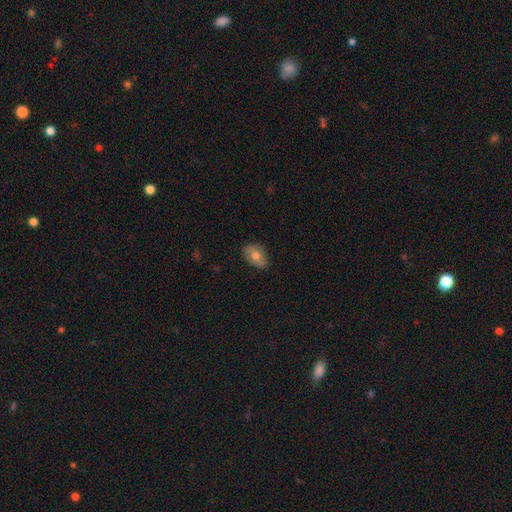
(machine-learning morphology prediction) A smooth galaxy with no disk features (70%) that is in between round and cigar-shaped (82%).

Vote fractions:
- Smooth or featured? smooth: 70% / featured or disk: 23% / star or artifact: 8%
- How rounded? in between: 82% / round: 17% / cigar-shaped: 1%
- Merging? none: 83% / minor disturbance: 13% / major disturbance: 2% / merger: 1%